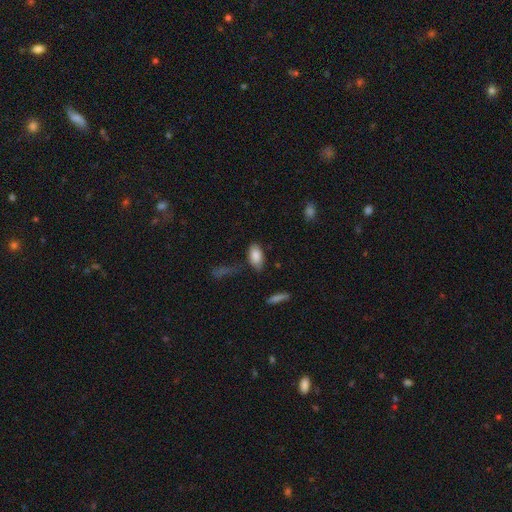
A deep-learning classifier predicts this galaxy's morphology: The model was most divided on "merging": none: 72%, minor disturbance: 20%, major disturbance: 5%, merger: 3%. More confident: how rounded — in between (93%); smooth or featured — smooth (85%).